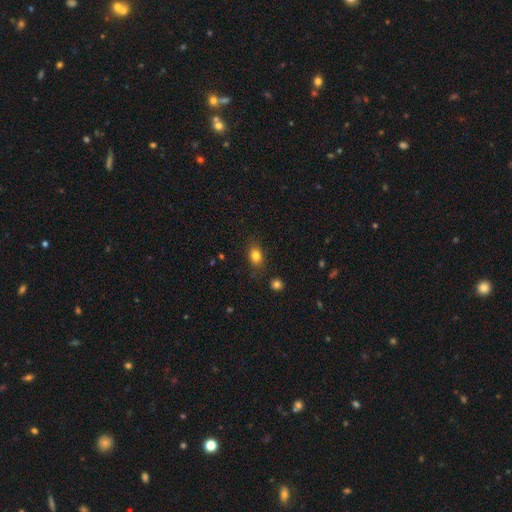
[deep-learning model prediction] Morphology: type=smooth (82%); roundness=in between (73%); merging=none (81%).